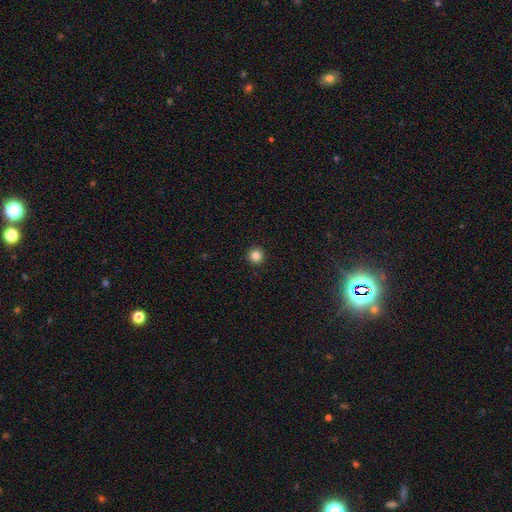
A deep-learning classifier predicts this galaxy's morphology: smooth 85%, star or artifact 12%, featured or disk 3%. Down the decision tree: how rounded — round (96%); merging — none (94%).